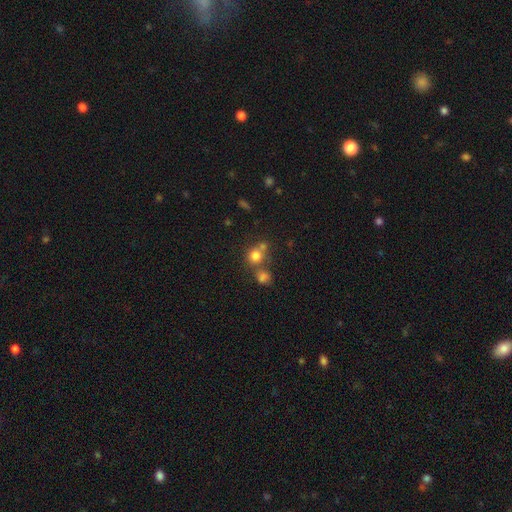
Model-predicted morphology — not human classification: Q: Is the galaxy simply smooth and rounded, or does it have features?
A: smooth — 76%.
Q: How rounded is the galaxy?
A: round — 85%.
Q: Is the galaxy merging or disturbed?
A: none — 53%.